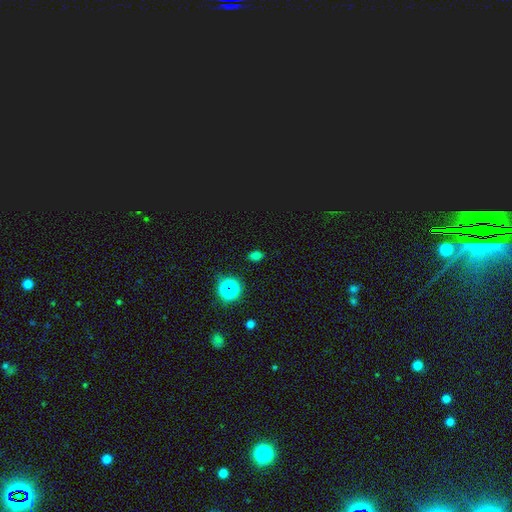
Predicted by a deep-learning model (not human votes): This is likely a smooth galaxy (66%). How rounded: likely in between (71%). Merging: clearly none (85%).